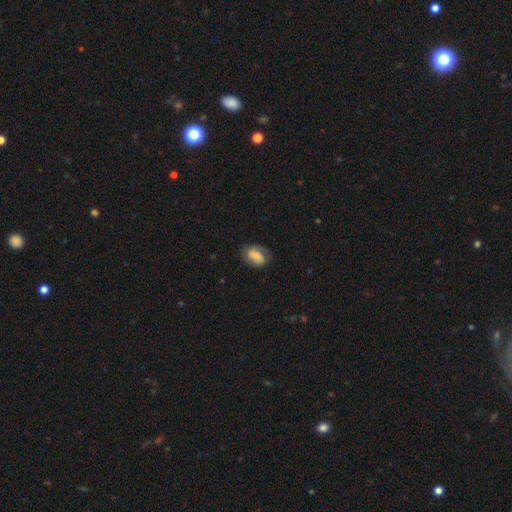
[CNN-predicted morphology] Smooth or featured: smooth — 53% (featured or disk — 39%)
How rounded: in between — 77% (round — 21%)
Merging: none — 63% (minor disturbance — 25%)